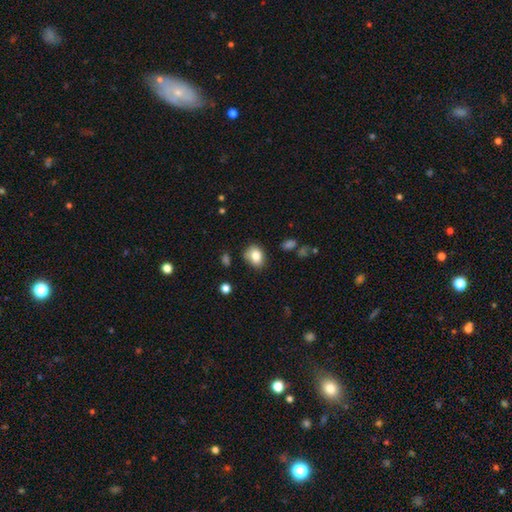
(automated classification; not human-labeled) Smooth or featured?
  - smooth: 81% *
  - featured or disk: 10%
  - star or artifact: 9%
How rounded?
  - in between: 58% *
  - round: 41%
  - cigar-shaped: 1%
Merging?
  - none: 71% *
  - minor disturbance: 22%
  - major disturbance: 5%
  - merger: 3%